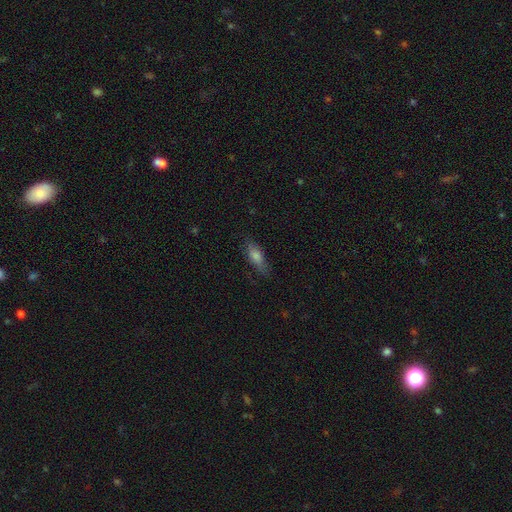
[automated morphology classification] type=smooth (69%); roundness=in between (56%); merging=none (74%).